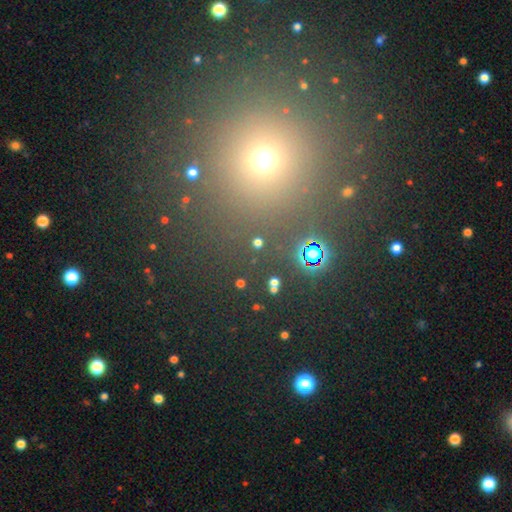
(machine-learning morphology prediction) This is possibly a smooth galaxy (48%). Merging: clearly none (89%).